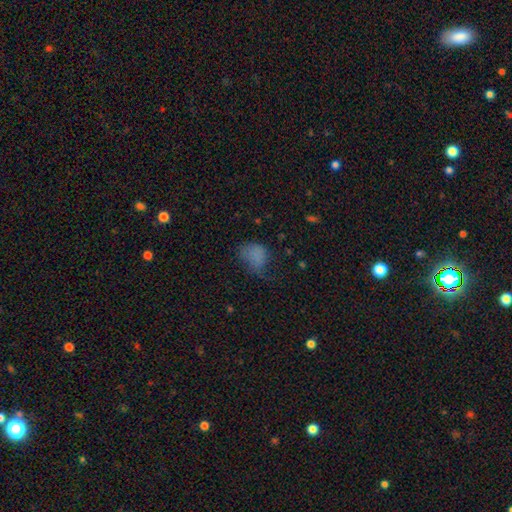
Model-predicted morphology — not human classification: type=smooth (71%); roundness=in between (60%); merging=major disturbance (36%).